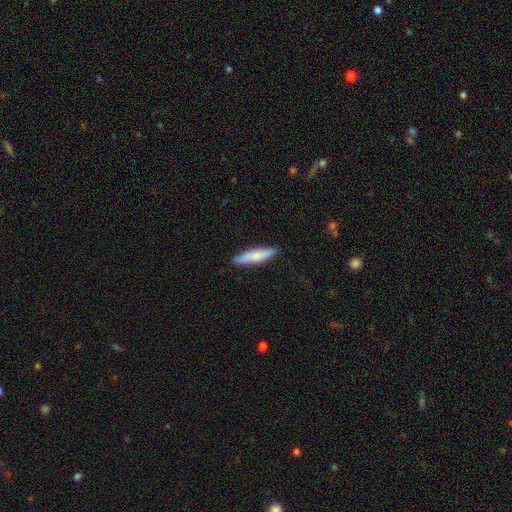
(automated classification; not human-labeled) smooth-or-featured: smooth: 77% | featured or disk: 18% | star or artifact: 5%
  how-rounded: cigar-shaped: 82% | in between: 17% | round: 1%
  merging: none: 89% | minor disturbance: 8% | major disturbance: 2% | merger: 1%